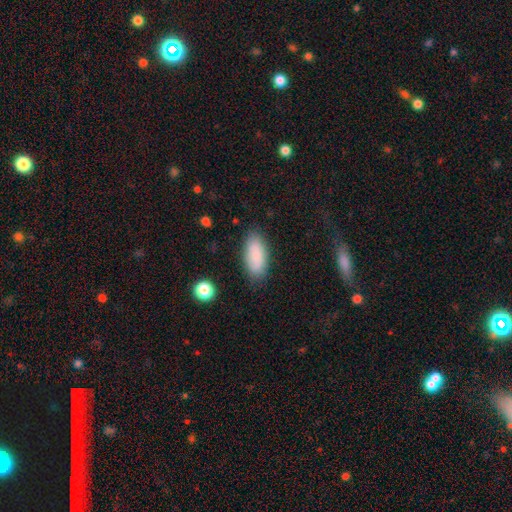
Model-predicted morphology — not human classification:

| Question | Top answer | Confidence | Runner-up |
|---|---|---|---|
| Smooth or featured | smooth | 87% | star or artifact (6%) |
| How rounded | in between | 88% | cigar-shaped (10%) |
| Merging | none | 83% | minor disturbance (12%) |